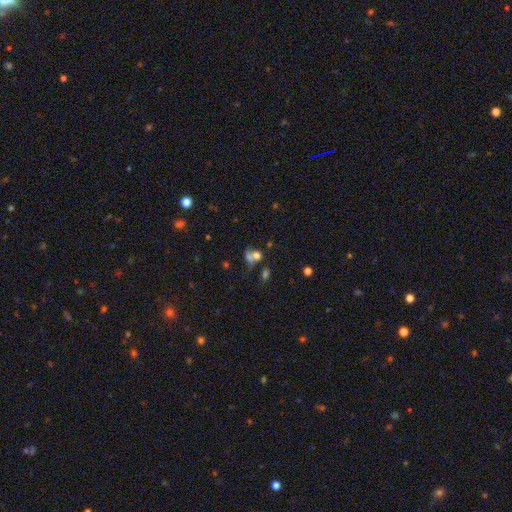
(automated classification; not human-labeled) Overall: smooth (62%). How rounded: round (57%; in between 40%). Merging: merger (45%; none 31%).